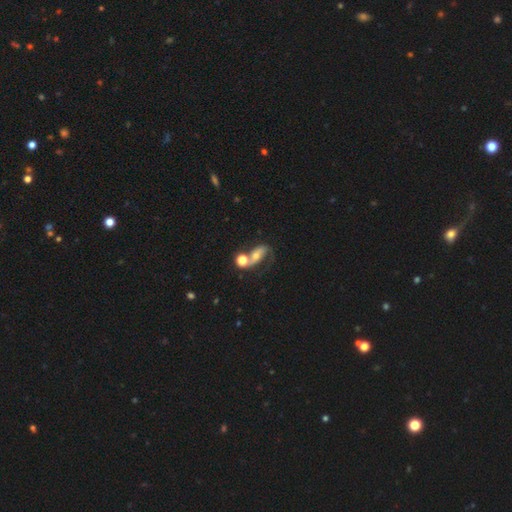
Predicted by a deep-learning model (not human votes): featured or disk 56%, smooth 33%, star or artifact 11%. Down the decision tree: edge-on disk — no (93%); bar — no (61%); spiral arms — yes (76%); bulge size — moderate (56%); merging — merger (38%).